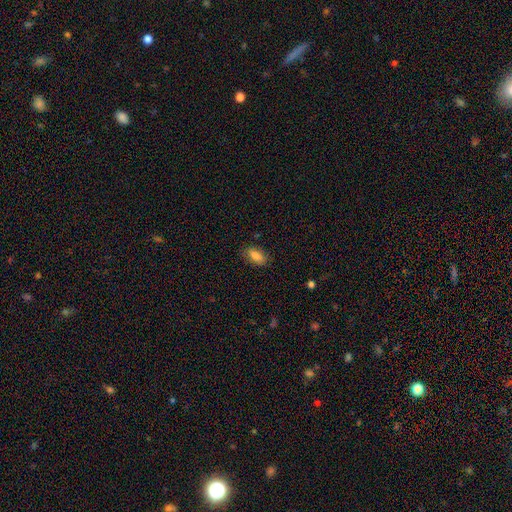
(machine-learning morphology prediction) Smooth or featured? Predicted: smooth (p=0.82). How rounded? Predicted: in between (p=0.87). Merging? Predicted: none (p=0.83).